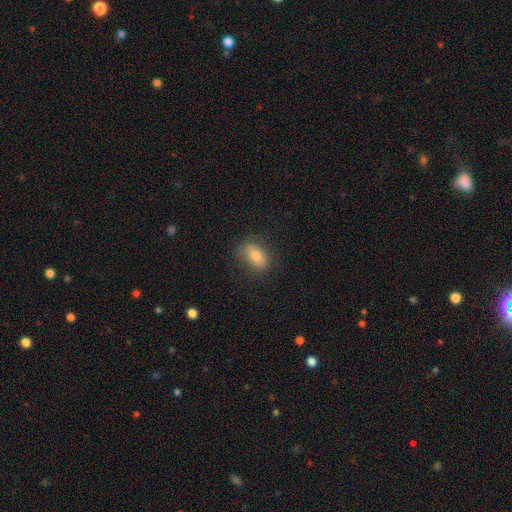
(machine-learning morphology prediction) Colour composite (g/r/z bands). It shows a smooth galaxy with no disk features (70%) that is in between round and cigar-shaped (84%). Merging: none (76%).